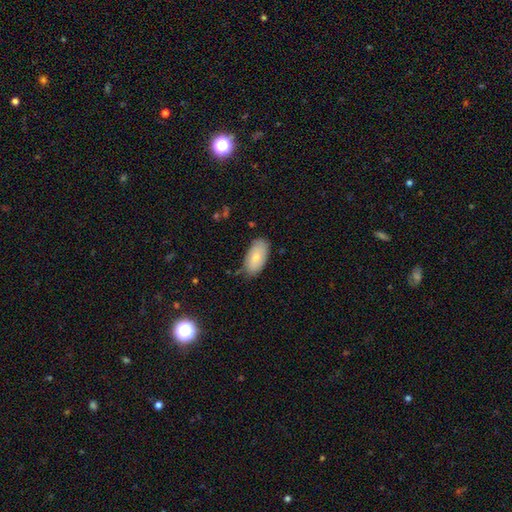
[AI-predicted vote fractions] The model was most divided on "smooth or featured": smooth: 73%, featured or disk: 20%, star or artifact: 7%. More confident: how rounded — in between (93%); merging — none (77%).